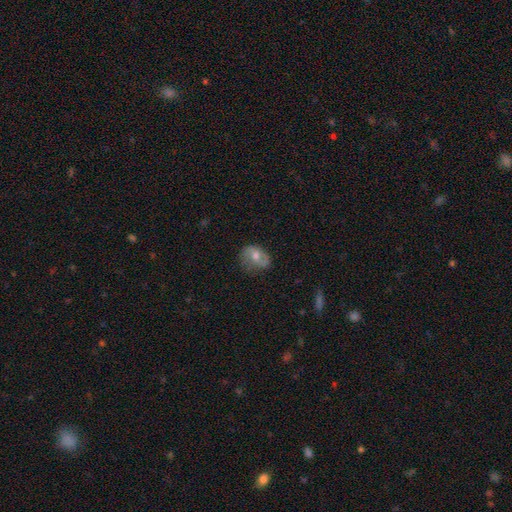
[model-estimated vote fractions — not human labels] Morphology: type=featured or disk (47%); merging=none (63%).